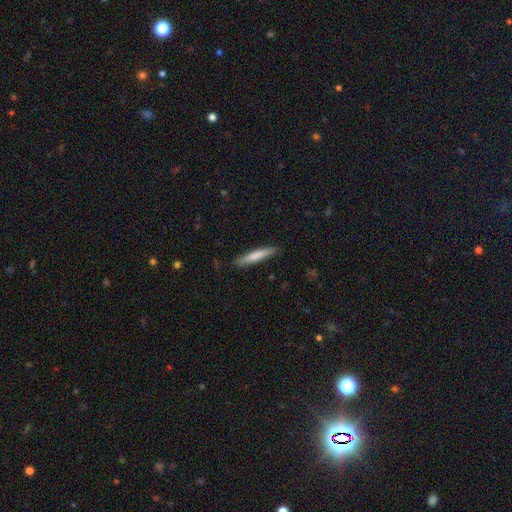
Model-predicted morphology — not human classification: Overall: smooth (76%). How rounded: cigar-shaped (93%). Merging: none (88%).